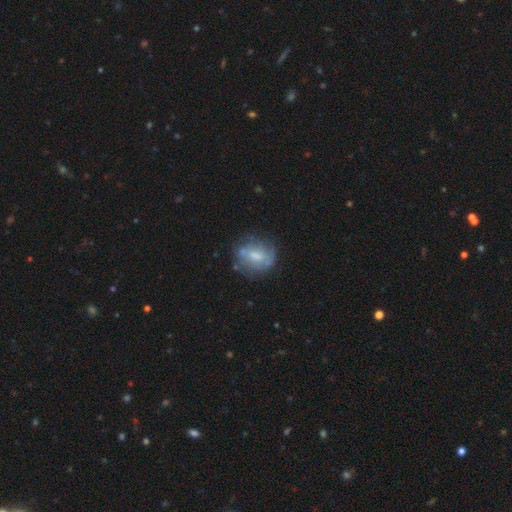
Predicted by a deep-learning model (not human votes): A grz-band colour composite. It shows a smooth galaxy with no disk features (46%). Merging: none (58%).